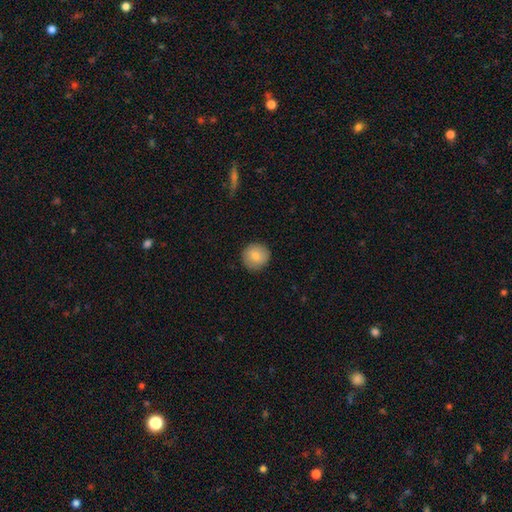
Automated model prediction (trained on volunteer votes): Overall: smooth (81%). How rounded: round (94%). Merging: none (90%).